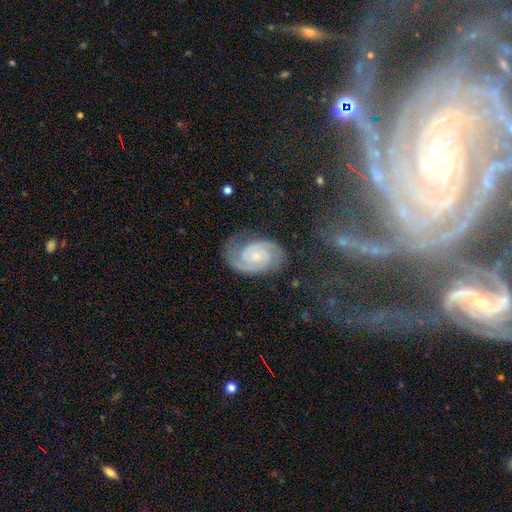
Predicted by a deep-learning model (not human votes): This appears to be a featured or disk galaxy (85%) with no bar (64%), 2 (81%) tight (64%) spiral arms (98%) and a small central bulge (58%). Merging: none (73%).